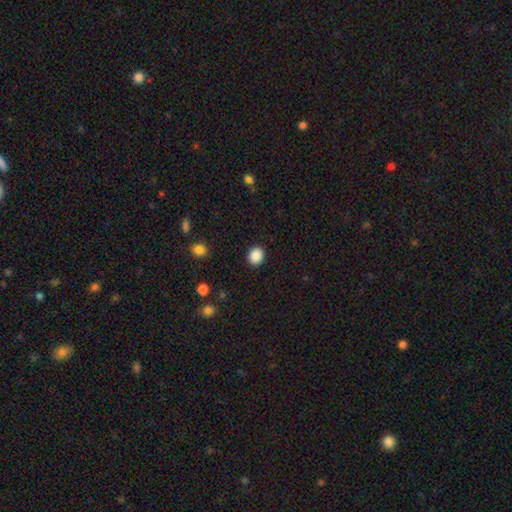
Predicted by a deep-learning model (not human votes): Smooth or featured: smooth — 89% (star or artifact — 9%)
How rounded: round — 62% (in between — 37%)
Merging: none — 90% (minor disturbance — 7%)